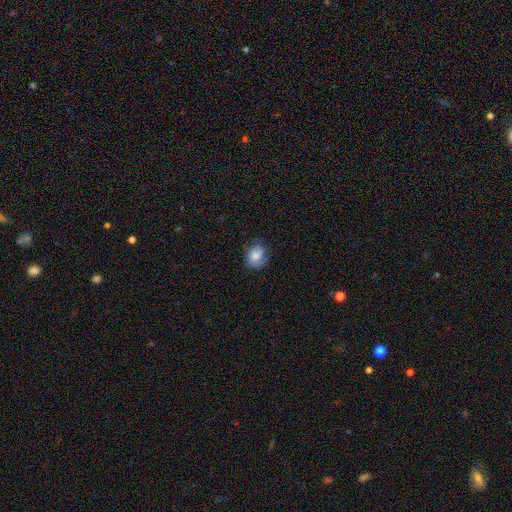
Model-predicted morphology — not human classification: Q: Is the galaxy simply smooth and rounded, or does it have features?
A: smooth — 70%.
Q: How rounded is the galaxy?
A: round — 58%.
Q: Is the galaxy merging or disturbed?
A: none — 65%.